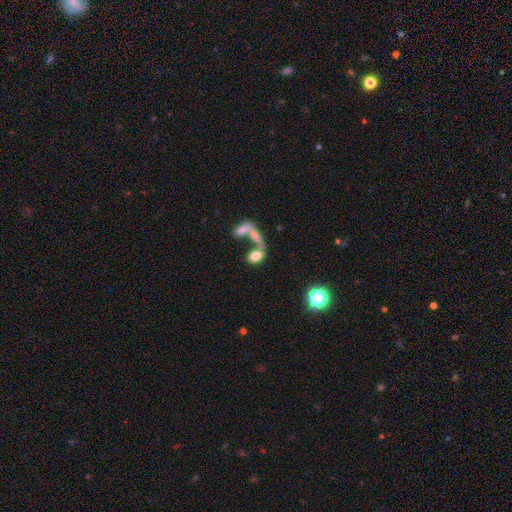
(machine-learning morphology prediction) Smooth or featured? Predicted: smooth (p=0.72). How rounded? Predicted: in between (p=0.79). Merging? Predicted: merger (p=0.54).